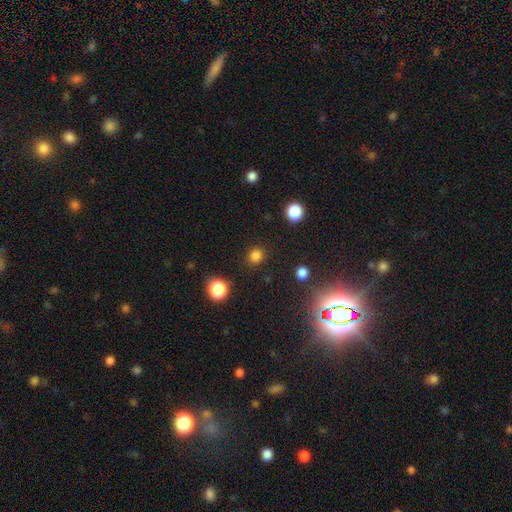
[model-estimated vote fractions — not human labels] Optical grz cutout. It shows a smooth galaxy with no disk features (82%) that is round (84%). Merging: none (88%).